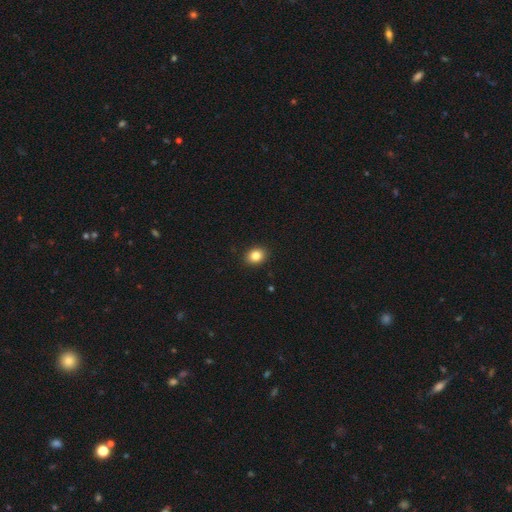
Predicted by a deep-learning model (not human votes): Smooth or featured? Predicted: smooth (p=0.85). How rounded? Predicted: in between (p=0.50). Merging? Predicted: none (p=0.91).